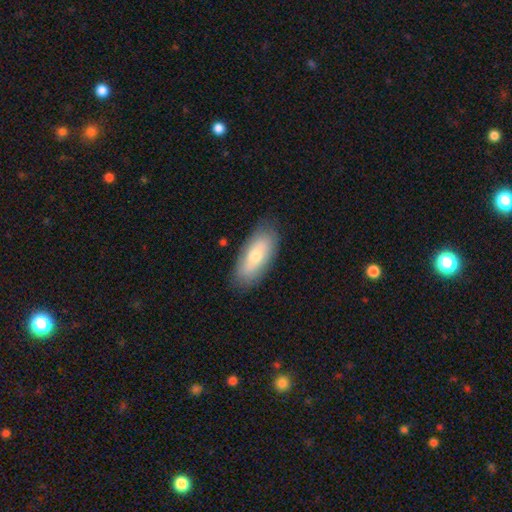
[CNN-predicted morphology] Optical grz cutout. It shows a smooth galaxy with no disk features (65%) that is in between round and cigar-shaped (84%). Merging: none (83%).